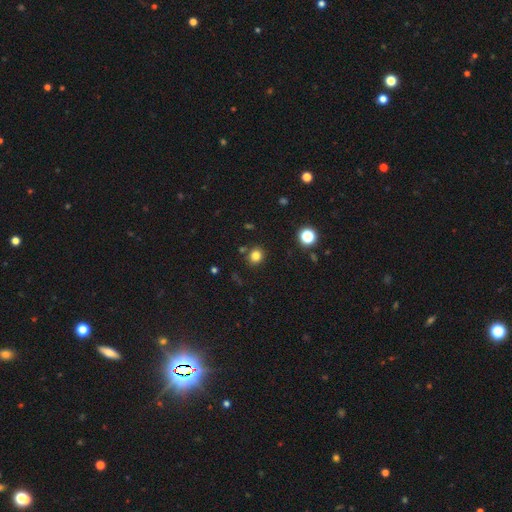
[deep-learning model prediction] A smooth galaxy with no disk features (81%) that is round (81%). Merging: none (86%).